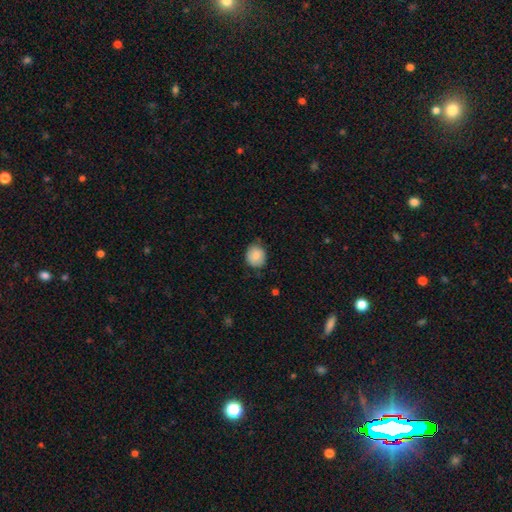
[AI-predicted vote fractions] A smooth galaxy with no disk features (85%) that is round (78%).

Vote fractions:
- Smooth or featured? smooth: 85% / star or artifact: 8% / featured or disk: 7%
- How rounded? round: 78% / in between: 21% / cigar-shaped: 1%
- Merging? none: 73% / minor disturbance: 22% / major disturbance: 4% / merger: 1%